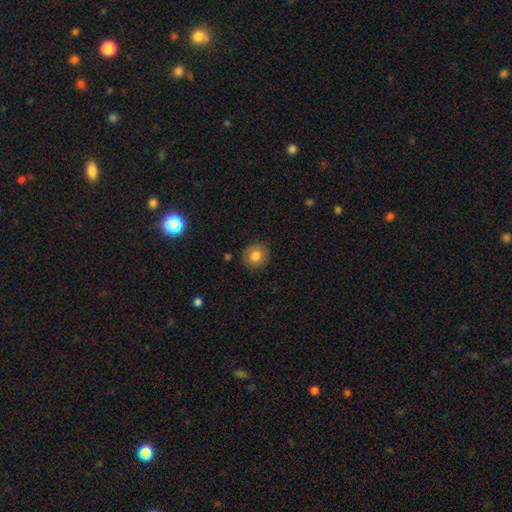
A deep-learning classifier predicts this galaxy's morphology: Q: Smooth or featured?
A: smooth (79%); runner-up: featured or disk (12%)
Q: How rounded?
A: round (90%); runner-up: in between (9%)
Q: Merging?
A: none (88%); runner-up: minor disturbance (9%)